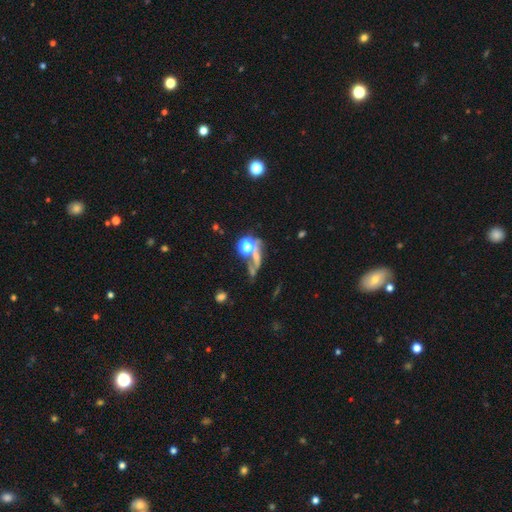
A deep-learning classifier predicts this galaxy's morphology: This appears to be a star or artifact, not a galaxy (42%).